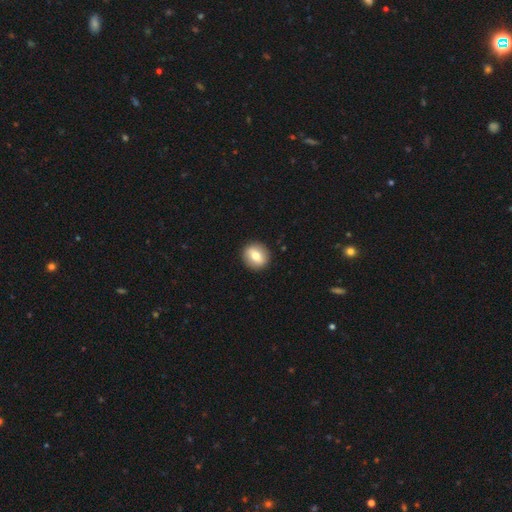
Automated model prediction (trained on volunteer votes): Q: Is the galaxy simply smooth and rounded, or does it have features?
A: smooth — 69%.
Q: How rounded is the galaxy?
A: round — 80%.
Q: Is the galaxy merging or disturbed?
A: none — 91%.